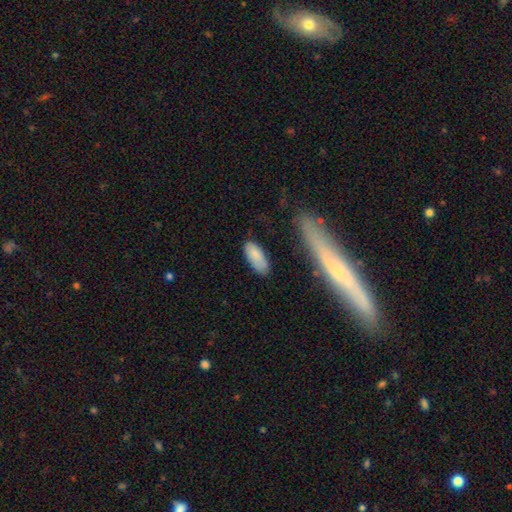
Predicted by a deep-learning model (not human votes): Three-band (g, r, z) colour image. It shows a smooth galaxy with no disk features (81%) that is in between round and cigar-shaped (84%). Merging: none (70%).